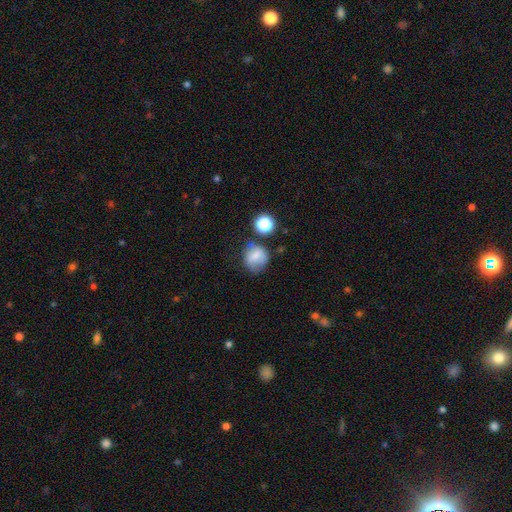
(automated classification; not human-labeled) This is likely a smooth galaxy (67%). How rounded: likely round (75%). Merging: possibly none (56%).